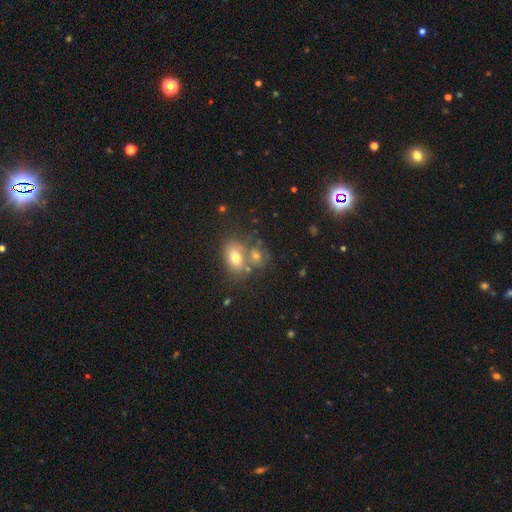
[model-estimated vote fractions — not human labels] Morphology: type=smooth (60%); roundness=in between (68%); merging=merger (44%).